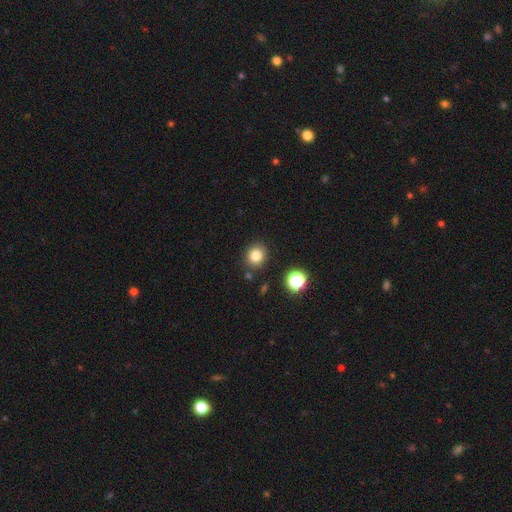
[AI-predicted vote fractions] smooth_or_featured: smooth (p=0.81) [alt: star or artifact p=0.13]
how_rounded: round (p=0.83) [alt: in between p=0.16]
merging: none (p=0.86) [alt: minor disturbance p=0.08]